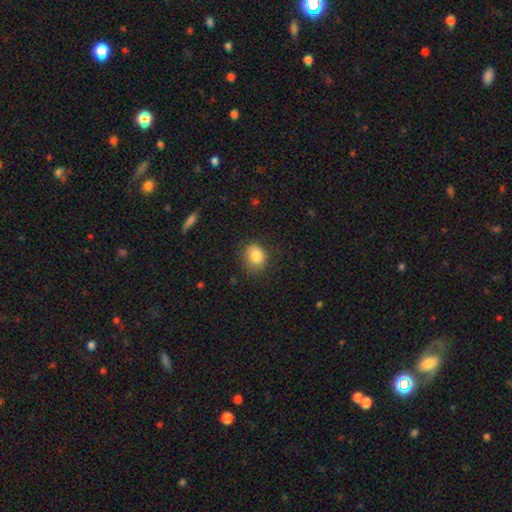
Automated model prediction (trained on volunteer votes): Smooth or featured?
  - smooth: 84% *
  - star or artifact: 9%
  - featured or disk: 7%
How rounded?
  - round: 60% *
  - in between: 40%
  - cigar-shaped: 1%
Merging?
  - none: 73% *
  - minor disturbance: 20%
  - major disturbance: 6%
  - merger: 1%